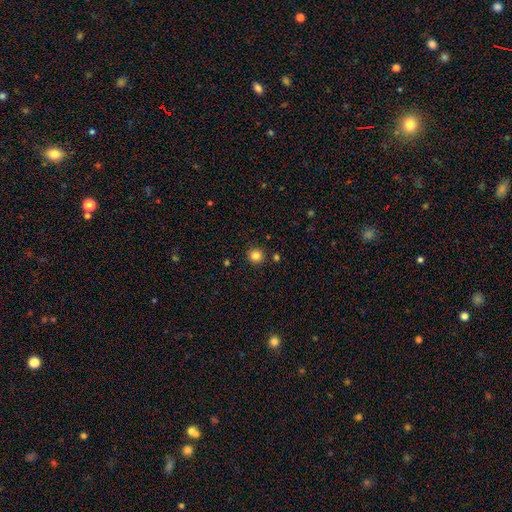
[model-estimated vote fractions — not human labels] smooth 84%, star or artifact 12%, featured or disk 4%. Down the decision tree: how rounded — round (93%); merging — none (90%).